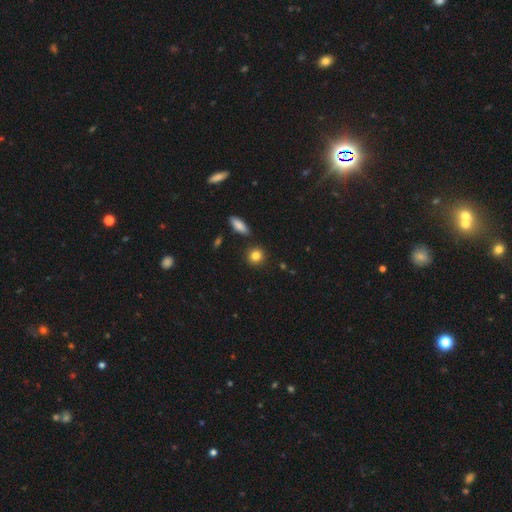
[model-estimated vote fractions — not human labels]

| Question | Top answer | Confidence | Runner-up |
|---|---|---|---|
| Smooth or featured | smooth | 84% | star or artifact (10%) |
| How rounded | round | 84% | in between (14%) |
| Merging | none | 86% | minor disturbance (8%) |